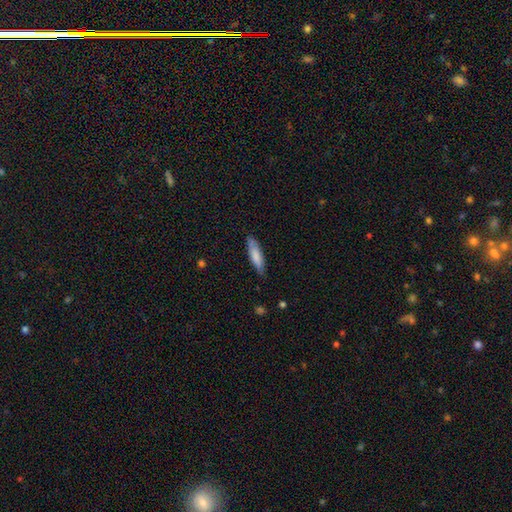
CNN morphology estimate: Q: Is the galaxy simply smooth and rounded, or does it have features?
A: smooth — 80%.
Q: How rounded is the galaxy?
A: cigar-shaped — 67%.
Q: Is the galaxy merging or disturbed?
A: none — 81%.